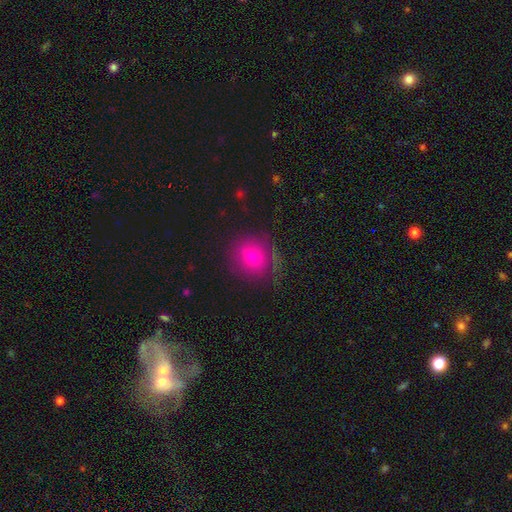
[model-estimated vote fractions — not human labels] Smooth or featured: smooth — 67% (featured or disk — 20%)
How rounded: round — 79% (in between — 19%)
Merging: none — 65% (minor disturbance — 21%)